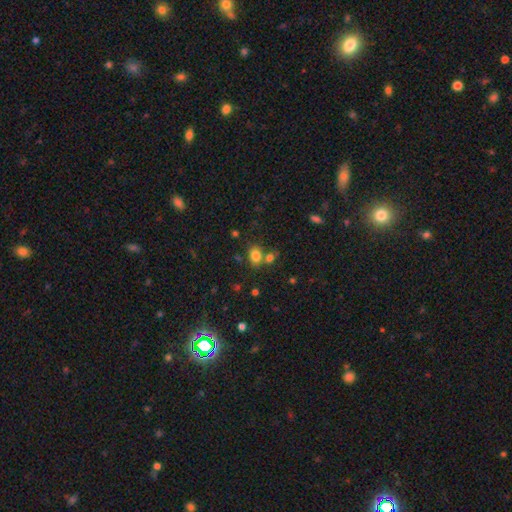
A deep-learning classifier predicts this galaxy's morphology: smooth-or-featured: smooth: 80% | star or artifact: 13% | featured or disk: 7%
  how-rounded: in between: 68% | round: 30% | cigar-shaped: 1%
  merging: none: 60% | merger: 23% | minor disturbance: 12% | major disturbance: 4%